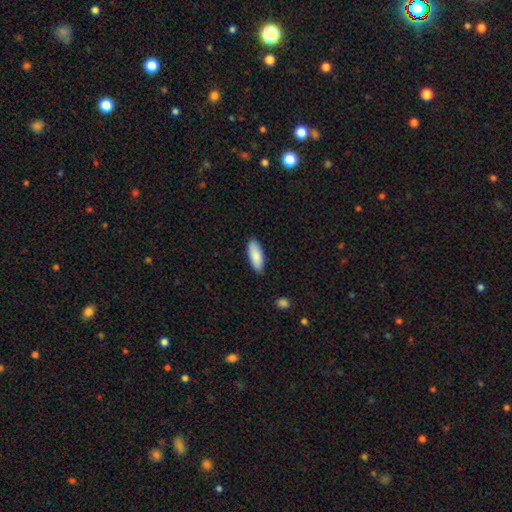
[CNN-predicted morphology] This is clearly a smooth galaxy (87%). How rounded: likely in between (72%). Merging: clearly none (86%).